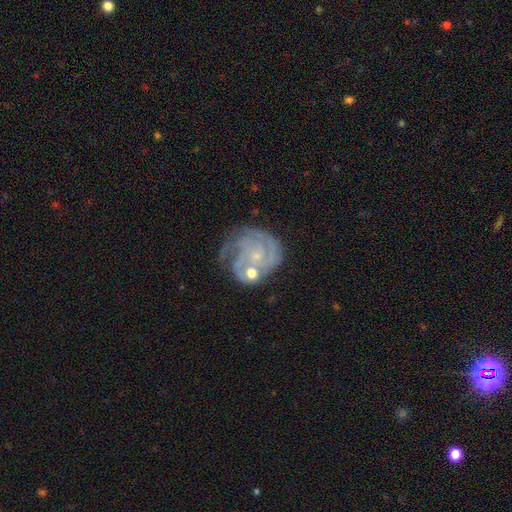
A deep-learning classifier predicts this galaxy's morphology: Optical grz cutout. It shows a featured or disk galaxy (80%) with no bar (71%), tight (68%) spiral arms (93%) and a small central bulge (72%). Merging: none (55%).